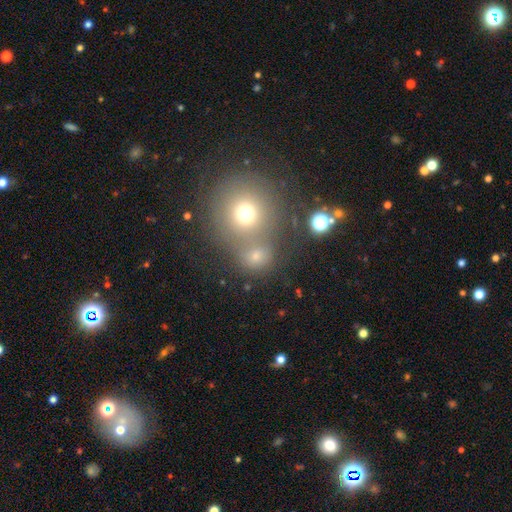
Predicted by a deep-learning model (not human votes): A smooth galaxy with no disk features (65%) that is round (85%).

Vote fractions:
- Smooth or featured? smooth: 65% / star or artifact: 22% / featured or disk: 13%
- How rounded? round: 85% / in between: 14% / cigar-shaped: 1%
- Merging? none: 45% / merger: 42% / minor disturbance: 8% / major disturbance: 5%